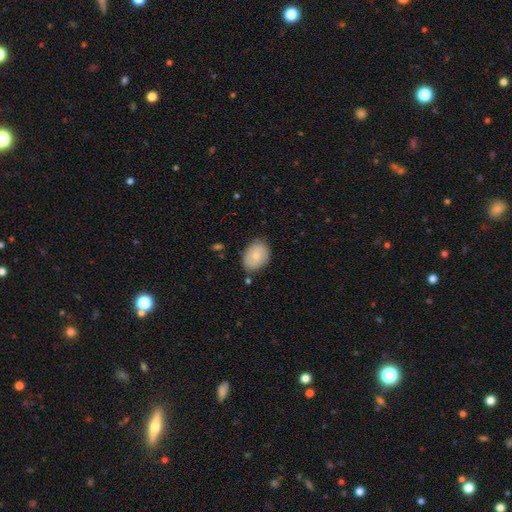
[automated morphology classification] smooth-or-featured: smooth: 73% | featured or disk: 20% | star or artifact: 6%
  how-rounded: in between: 74% | round: 25% | cigar-shaped: 1%
  merging: none: 76% | minor disturbance: 18% | major disturbance: 3% | merger: 3%